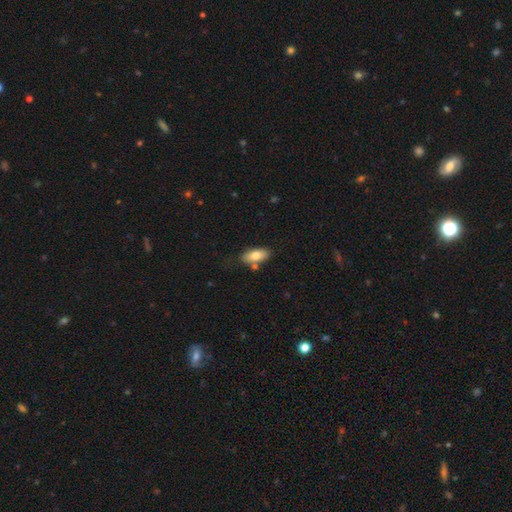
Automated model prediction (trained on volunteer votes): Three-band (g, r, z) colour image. It shows a smooth galaxy with no disk features (76%) that is in between round and cigar-shaped (88%). Merging: none (71%).